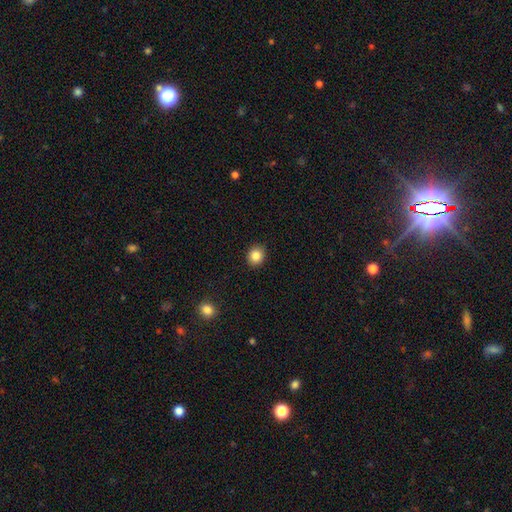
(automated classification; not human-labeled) smooth-or-featured: smooth: 85% | star or artifact: 10% | featured or disk: 5%
  how-rounded: round: 76% | in between: 24% | cigar-shaped: 1%
  merging: none: 91% | minor disturbance: 6% | major disturbance: 2% | merger: 1%